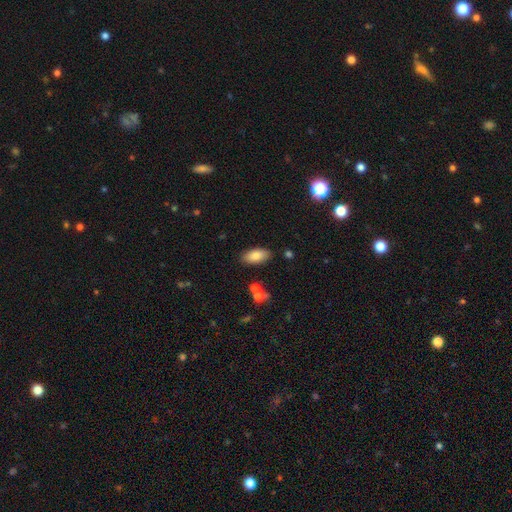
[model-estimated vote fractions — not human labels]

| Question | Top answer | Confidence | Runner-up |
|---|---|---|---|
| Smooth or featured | smooth | 82% | featured or disk (10%) |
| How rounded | in between | 90% | cigar-shaped (7%) |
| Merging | none | 84% | minor disturbance (10%) |